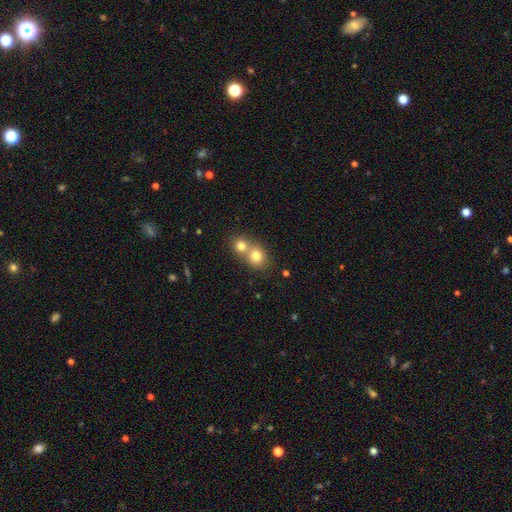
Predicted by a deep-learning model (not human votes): smooth_or_featured: smooth (p=0.76) [alt: featured or disk p=0.13]
how_rounded: round (p=0.76) [alt: in between p=0.23]
merging: merger (p=0.60) [alt: none p=0.33]